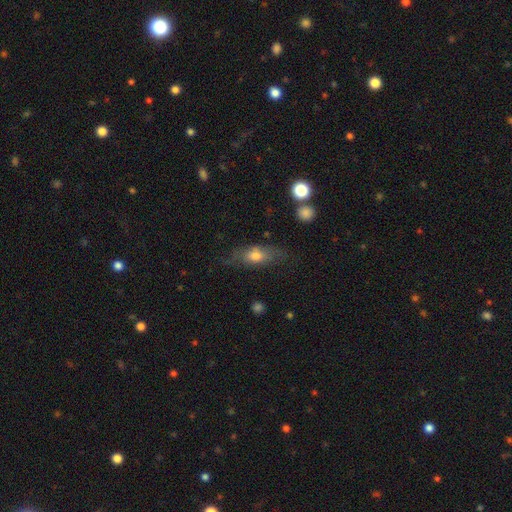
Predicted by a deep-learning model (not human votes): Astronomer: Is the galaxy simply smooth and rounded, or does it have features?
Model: smooth — 61%.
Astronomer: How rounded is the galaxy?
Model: in between — 72%.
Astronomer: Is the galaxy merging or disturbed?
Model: none — 60%.